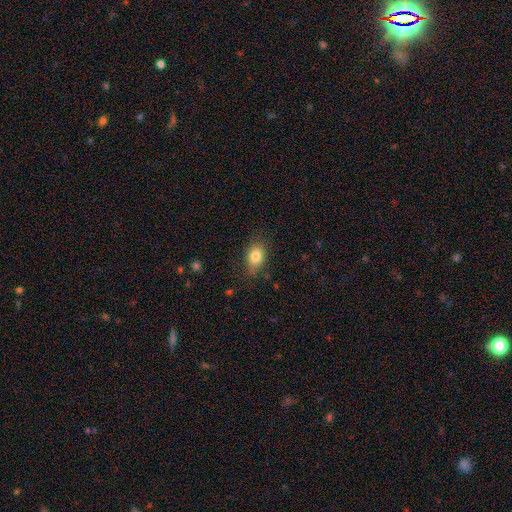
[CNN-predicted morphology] Smooth or featured?
  - smooth: 82% *
  - star or artifact: 9%
  - featured or disk: 9%
How rounded?
  - in between: 76% *
  - round: 22%
  - cigar-shaped: 2%
Merging?
  - none: 79% *
  - minor disturbance: 16%
  - major disturbance: 4%
  - merger: 1%